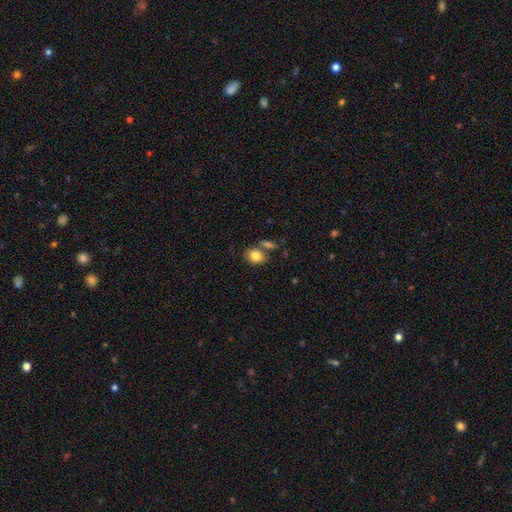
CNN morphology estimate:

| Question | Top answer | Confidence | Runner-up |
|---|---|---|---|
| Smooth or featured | smooth | 82% | featured or disk (10%) |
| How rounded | in between | 60% | round (39%) |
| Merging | none | 60% | merger (21%) |